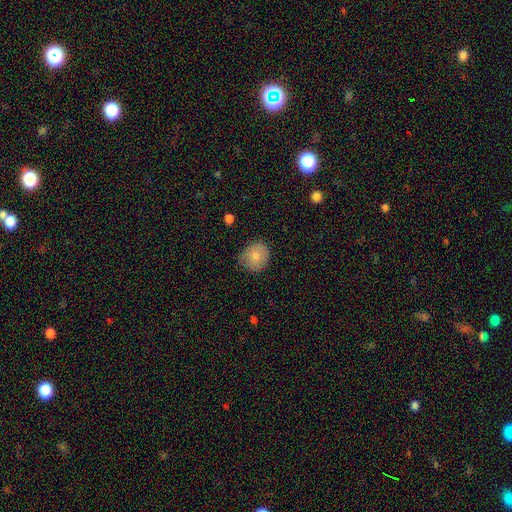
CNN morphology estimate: This appears to be a smooth galaxy with no disk features (81%) that is round (73%). Merging: none (69%).